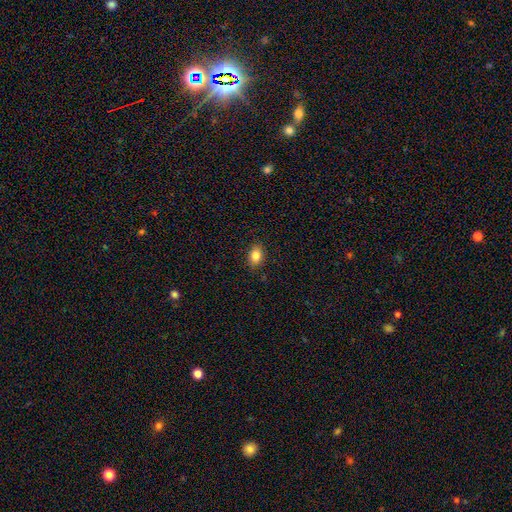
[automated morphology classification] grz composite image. It shows a smooth galaxy with no disk features (84%) that is in between round and cigar-shaped (78%). Merging: none (87%).